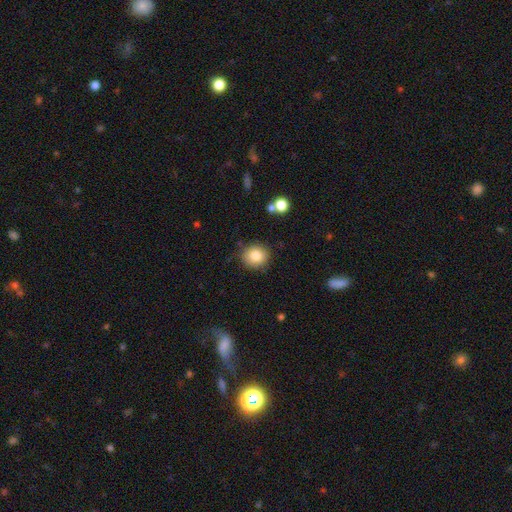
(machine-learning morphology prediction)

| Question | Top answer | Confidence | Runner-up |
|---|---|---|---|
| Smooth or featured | smooth | 83% | star or artifact (10%) |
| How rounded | round | 85% | in between (14%) |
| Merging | none | 83% | minor disturbance (11%) |